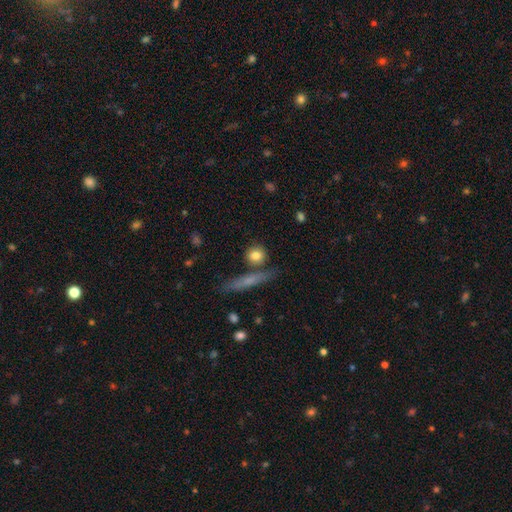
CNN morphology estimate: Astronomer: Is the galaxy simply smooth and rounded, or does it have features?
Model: smooth — 81%.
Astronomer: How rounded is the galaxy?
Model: round — 77%.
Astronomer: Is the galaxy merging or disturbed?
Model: none — 74%.